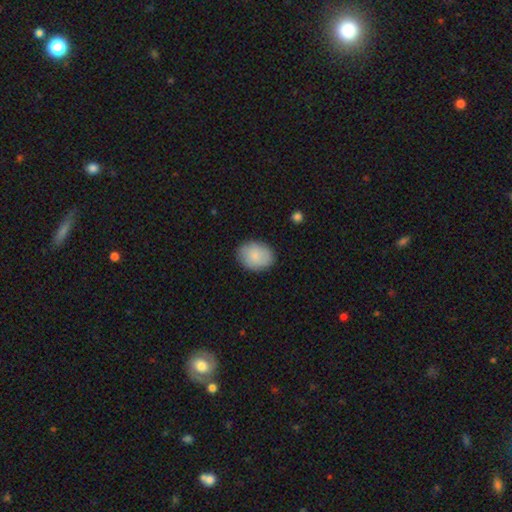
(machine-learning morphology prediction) This is clearly a smooth galaxy (85%). How rounded: likely in between (64%). Merging: clearly none (85%).